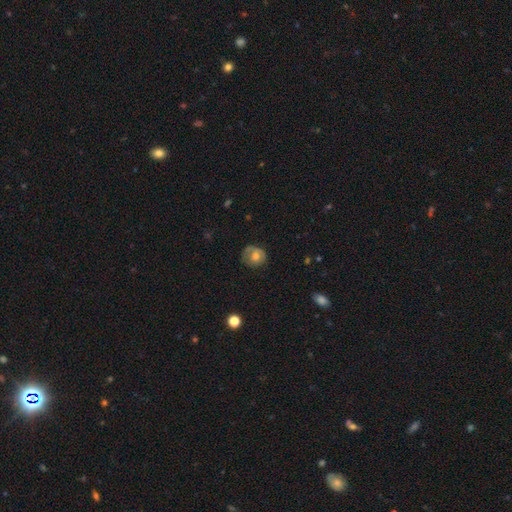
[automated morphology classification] Smooth or featured? Predicted: smooth (p=0.62). How rounded? Predicted: round (p=0.78). Merging? Predicted: none (p=0.62).